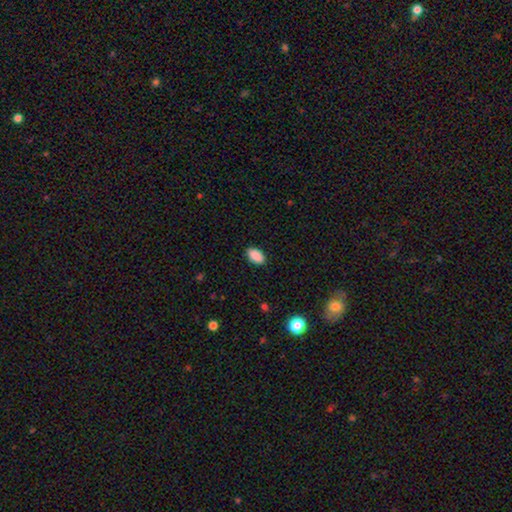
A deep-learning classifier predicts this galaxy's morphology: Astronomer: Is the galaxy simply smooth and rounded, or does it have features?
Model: smooth — 90%.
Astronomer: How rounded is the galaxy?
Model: in between — 94%.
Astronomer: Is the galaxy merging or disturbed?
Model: none — 89%.